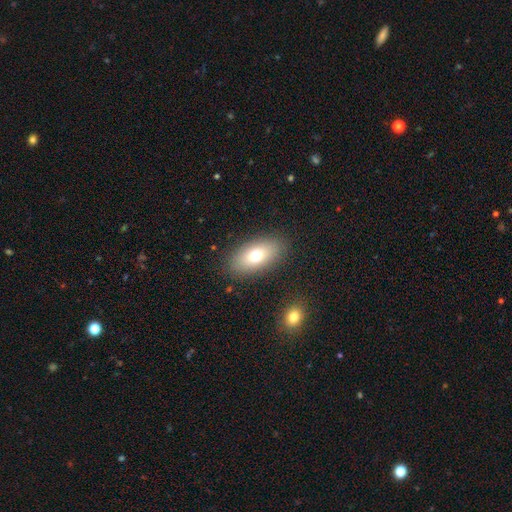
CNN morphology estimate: Smooth or featured?
  - smooth: 72% *
  - featured or disk: 19%
  - star or artifact: 9%
How rounded?
  - in between: 90% *
  - round: 6%
  - cigar-shaped: 5%
Merging?
  - none: 86% *
  - minor disturbance: 9%
  - major disturbance: 3%
  - merger: 1%